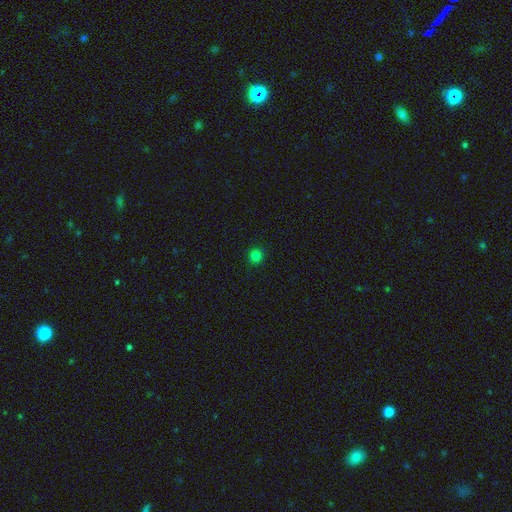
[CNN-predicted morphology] Smooth or featured: smooth — 81% (star or artifact — 16%)
How rounded: round — 93% (in between — 6%)
Merging: none — 93% (minor disturbance — 5%)